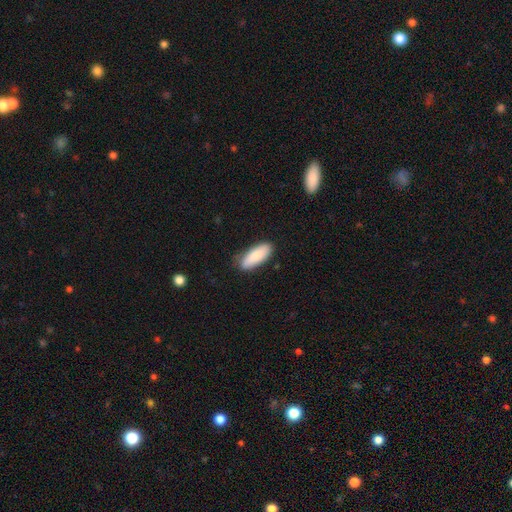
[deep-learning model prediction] Overall: smooth (85%). How rounded: in between (72%). Merging: none (80%).